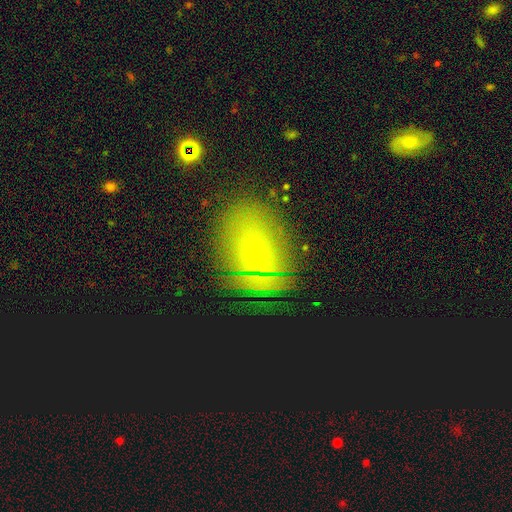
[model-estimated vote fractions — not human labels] smooth-or-featured: smooth: 52% | star or artifact: 26% | featured or disk: 21%
  how-rounded: in between: 58% | round: 40% | cigar-shaped: 3%
  merging: none: 76% | minor disturbance: 15% | major disturbance: 7% | merger: 3%